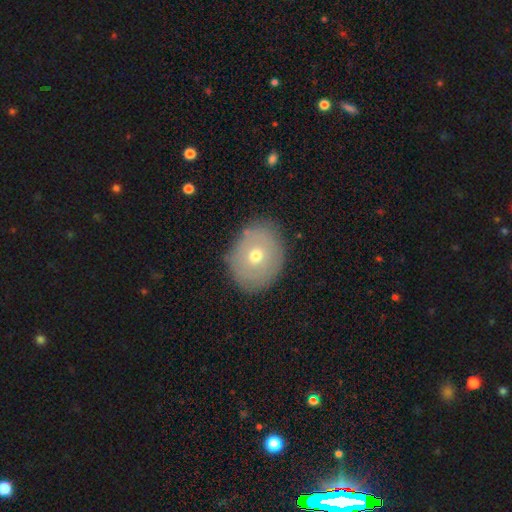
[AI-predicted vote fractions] Smooth or featured?
  - smooth: 61% *
  - featured or disk: 30%
  - star or artifact: 10%
How rounded?
  - round: 51% *
  - in between: 48%
  - cigar-shaped: 1%
Merging?
  - none: 81% *
  - minor disturbance: 13%
  - major disturbance: 4%
  - merger: 2%